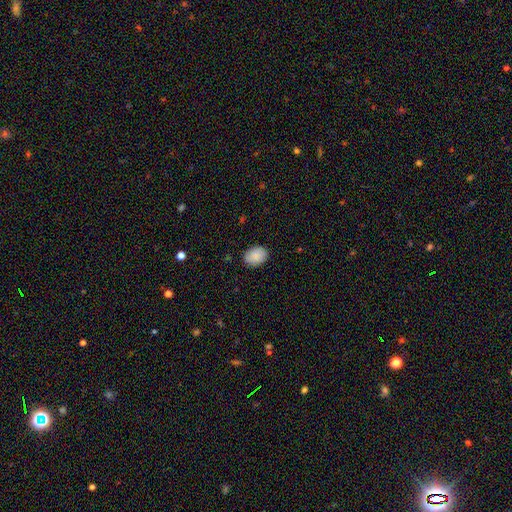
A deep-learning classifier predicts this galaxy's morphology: Smooth or featured?
  - smooth: 90% *
  - star or artifact: 7%
  - featured or disk: 3%
How rounded?
  - in between: 72% *
  - round: 27%
  - cigar-shaped: 1%
Merging?
  - none: 86% *
  - minor disturbance: 11%
  - major disturbance: 2%
  - merger: 1%